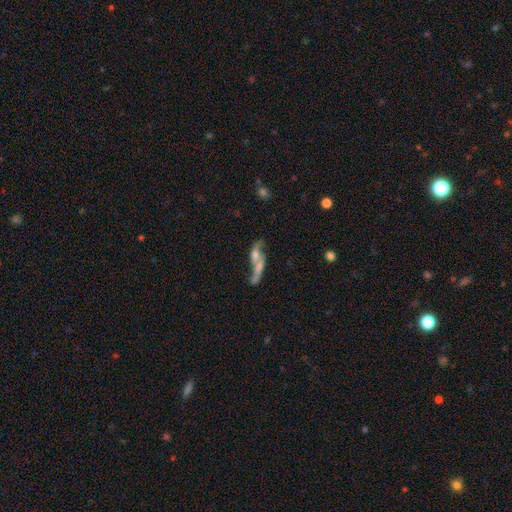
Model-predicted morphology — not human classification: This appears to be a featured or disk galaxy (50%). Merging: merger (52%).